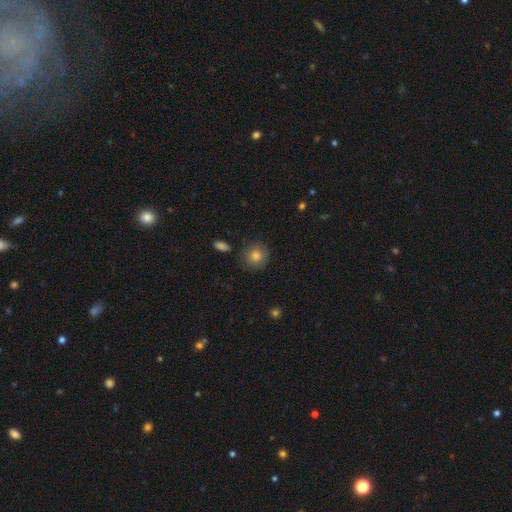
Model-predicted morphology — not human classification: A smooth galaxy with no disk features (76%) that is round (89%). Merging: none (82%).